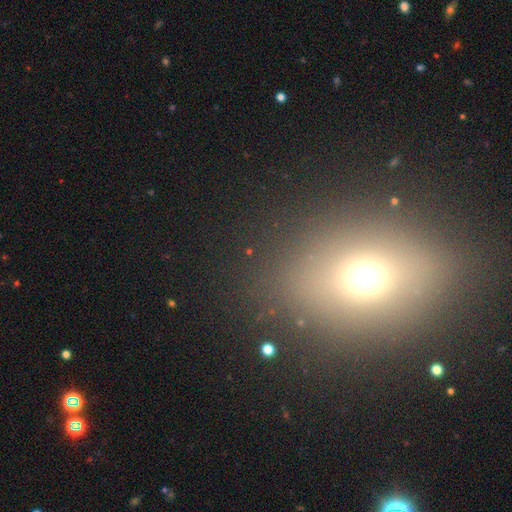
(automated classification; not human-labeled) This is possibly a smooth galaxy (57%). How rounded: possibly in between (51%). Merging: clearly none (85%).